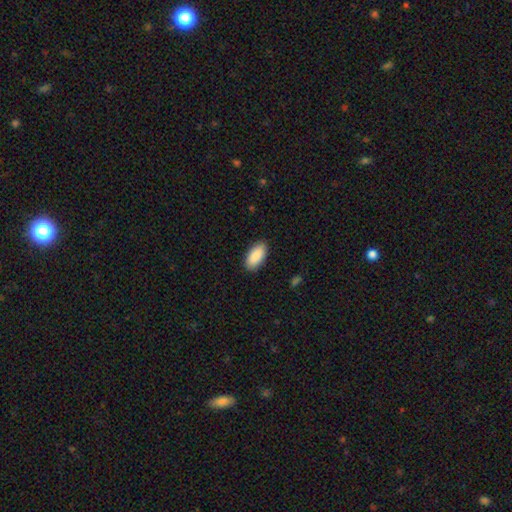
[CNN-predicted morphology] A smooth galaxy with no disk features (90%) that is in between round and cigar-shaped (94%). Merging: none (89%).